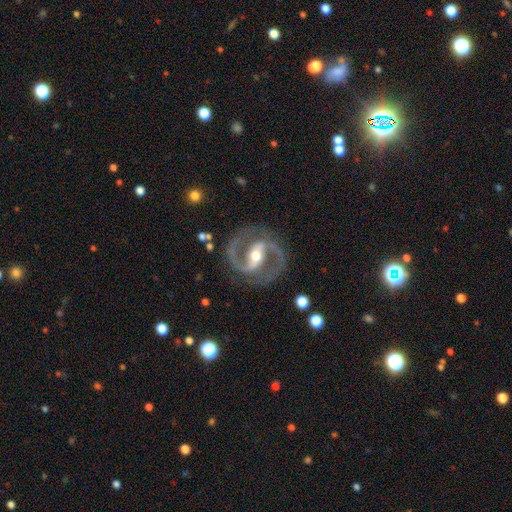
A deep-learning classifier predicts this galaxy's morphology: Smooth or featured?
  - featured or disk: 92% *
  - star or artifact: 4%
  - smooth: 4%
Edge-on disk?
  - no: 97% *
  - yes: 3%
Bar?
  - strong: 59% *
  - weak: 29%
  - no: 12%
Spiral arms?
  - yes: 97% *
  - no: 3%
Spiral winding?
  - medium: 65% *
  - tight: 22%
  - loose: 13%
Spiral arm count?
  - 2: 94% *
  - can't tell: 2%
  - 1: 1%
  - 3: 1%
  - 4: 1%
  - more than 4: 1%
Bulge size?
  - moderate: 71% *
  - small: 20%
  - large: 7%
  - none: 1%
  - dominant: 1%
Merging?
  - none: 84% *
  - minor disturbance: 10%
  - major disturbance: 5%
  - merger: 1%